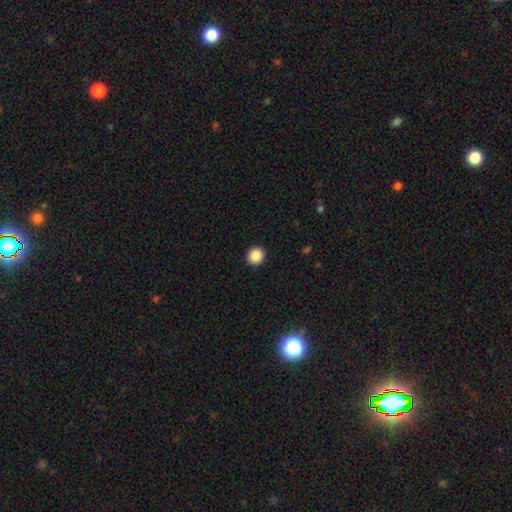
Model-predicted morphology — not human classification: A smooth galaxy with no disk features (89%) that is round (88%).

Vote fractions:
- Smooth or featured? smooth: 89% / star or artifact: 9% / featured or disk: 2%
- How rounded? round: 88% / in between: 11% / cigar-shaped: 1%
- Merging? none: 92% / minor disturbance: 5% / major disturbance: 2% / merger: 1%